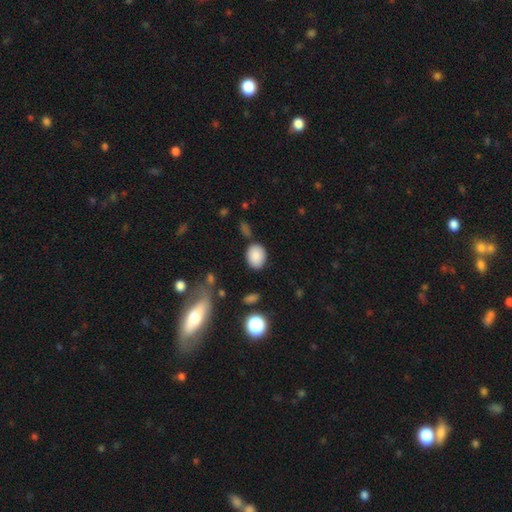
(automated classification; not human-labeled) smooth 87%, star or artifact 8%, featured or disk 5%. Down the decision tree: how rounded — in between (62%); merging — none (80%).